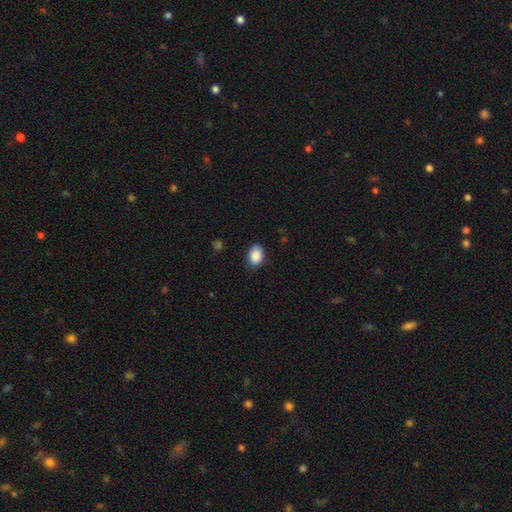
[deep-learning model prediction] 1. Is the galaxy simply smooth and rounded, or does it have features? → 89% smooth, 8% star or artifact, 3% featured or disk.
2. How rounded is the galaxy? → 78% in between, 21% round, 1% cigar-shaped.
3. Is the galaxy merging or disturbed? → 82% none, 14% minor disturbance, 3% major disturbance, 1% merger.